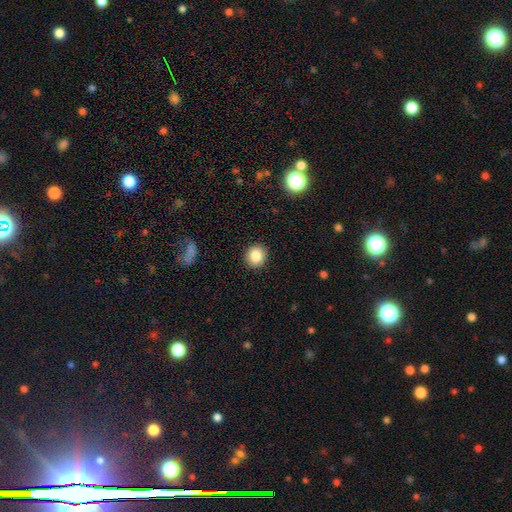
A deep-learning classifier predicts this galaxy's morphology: The model was most divided on "how rounded": round: 82%, in between: 17%, cigar-shaped: 1%. More confident: merging — none (91%); smooth or featured — smooth (85%).